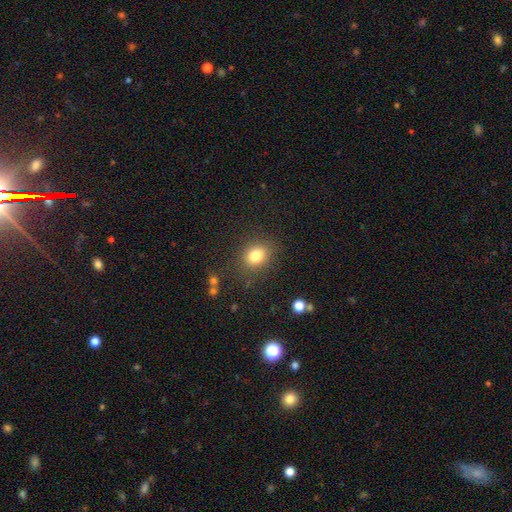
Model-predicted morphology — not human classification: The model was most divided on "how rounded": round: 60%, in between: 39%, cigar-shaped: 1%. More confident: merging — none (82%); smooth or featured — smooth (81%).